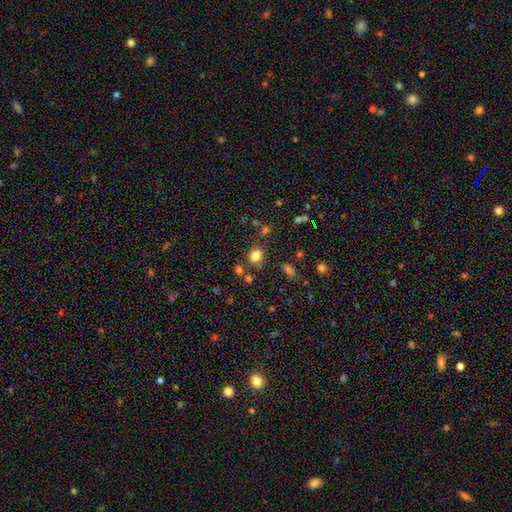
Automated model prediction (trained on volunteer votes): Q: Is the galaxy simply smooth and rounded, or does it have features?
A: smooth — 80%.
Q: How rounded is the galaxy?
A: round — 71%.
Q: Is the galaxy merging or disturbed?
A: none — 73%.